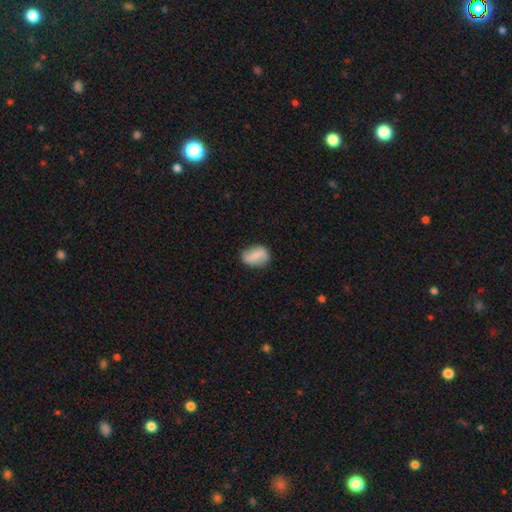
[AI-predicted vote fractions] Morphology: type=smooth (59%); roundness=in between (78%); merging=none (76%).